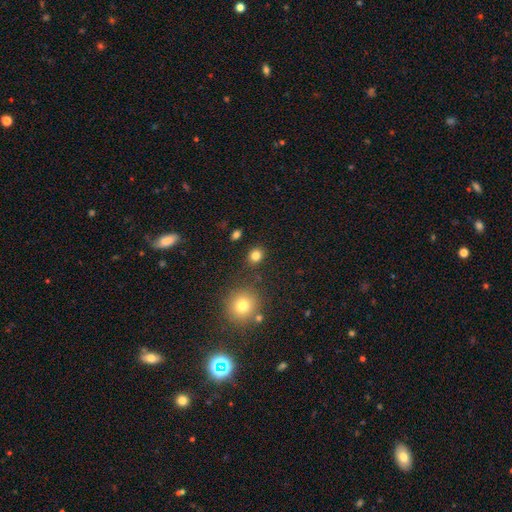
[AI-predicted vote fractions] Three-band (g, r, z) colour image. It shows a smooth galaxy with no disk features (82%) that is round (65%). Merging: none (83%).